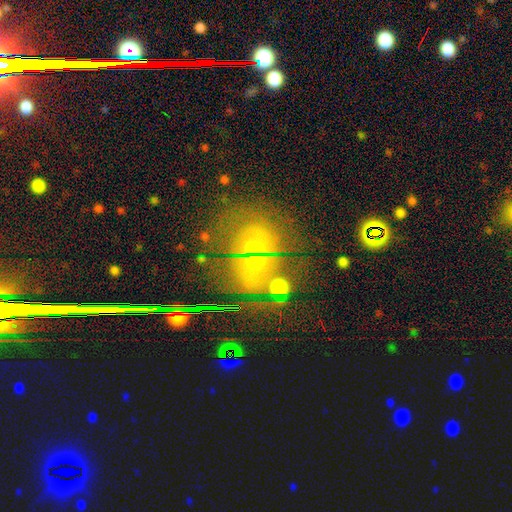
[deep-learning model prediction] A featured or disk galaxy (44%). Merging: none (56%).